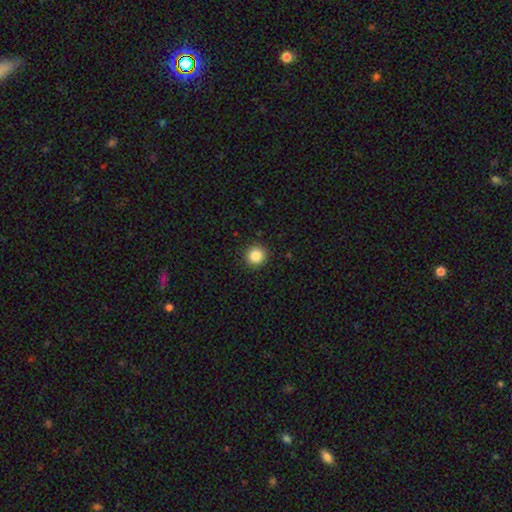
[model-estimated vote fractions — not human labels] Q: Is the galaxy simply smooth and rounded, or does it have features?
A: smooth — 86%.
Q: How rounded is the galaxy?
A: round — 94%.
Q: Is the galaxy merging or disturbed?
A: none — 92%.